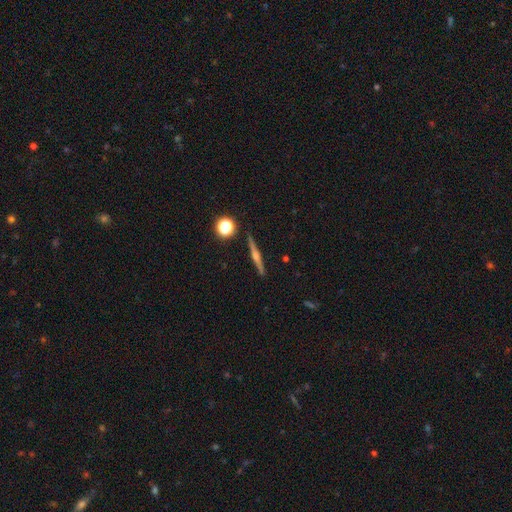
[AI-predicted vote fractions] This is likely a featured or disk galaxy (74%). It is clearly viewed edge-on (98%). Edge-on bulge: clearly rounded (86%). Merging: clearly none (92%).